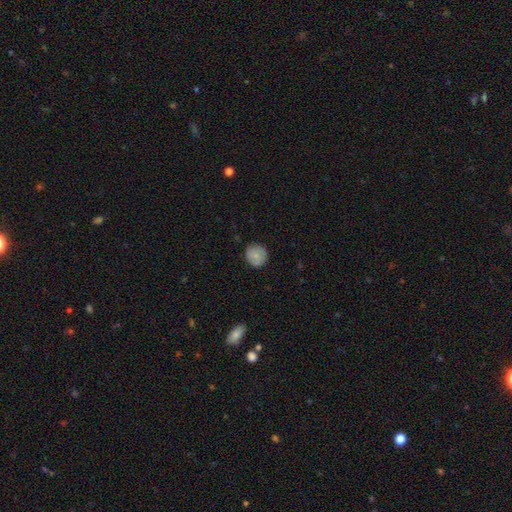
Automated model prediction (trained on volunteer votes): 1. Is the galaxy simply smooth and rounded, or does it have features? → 75% smooth, 18% featured or disk, 7% star or artifact.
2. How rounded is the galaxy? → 88% round, 11% in between, 1% cigar-shaped.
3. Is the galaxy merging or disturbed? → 83% none, 13% minor disturbance, 3% major disturbance, 1% merger.